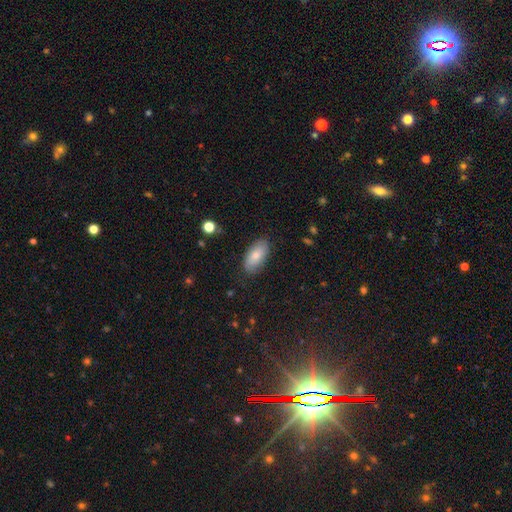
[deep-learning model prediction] smooth 76%, featured or disk 18%, star or artifact 6%. Down the decision tree: how rounded — in between (92%); merging — none (82%).